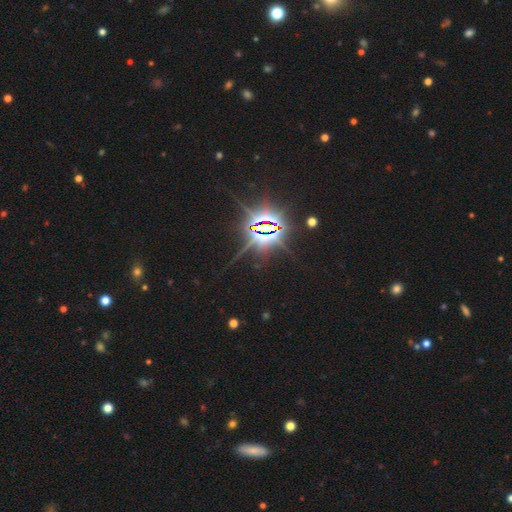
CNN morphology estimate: Smooth or featured?
  - star or artifact: 85% *
  - smooth: 9%
  - featured or disk: 6%